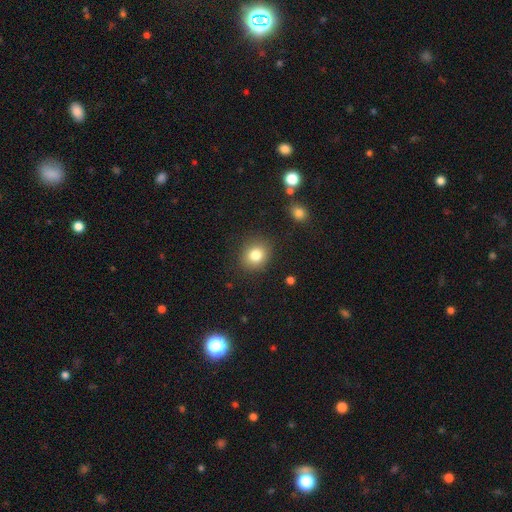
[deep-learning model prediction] Smooth or featured?
  - smooth: 81% *
  - star or artifact: 11%
  - featured or disk: 8%
How rounded?
  - round: 72% *
  - in between: 27%
  - cigar-shaped: 1%
Merging?
  - none: 86% *
  - minor disturbance: 9%
  - major disturbance: 3%
  - merger: 2%